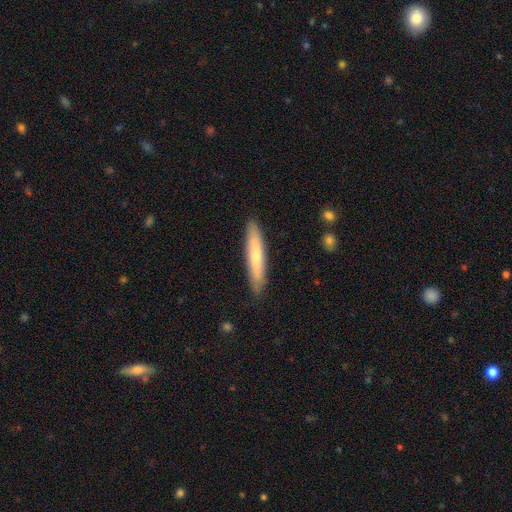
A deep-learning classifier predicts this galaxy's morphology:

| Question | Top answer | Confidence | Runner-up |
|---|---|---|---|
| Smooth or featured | smooth | 66% | featured or disk (28%) |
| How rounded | cigar-shaped | 91% | in between (8%) |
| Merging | none | 88% | minor disturbance (9%) |